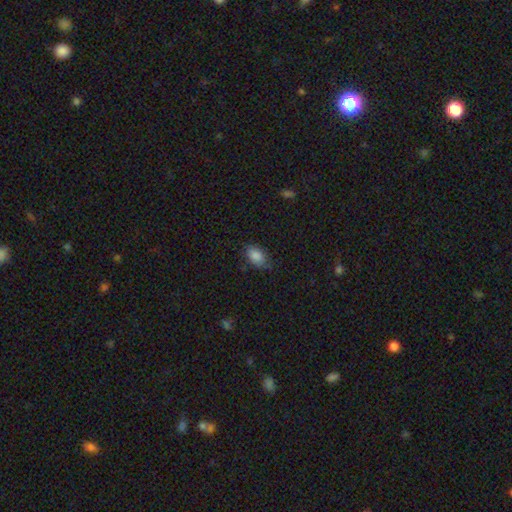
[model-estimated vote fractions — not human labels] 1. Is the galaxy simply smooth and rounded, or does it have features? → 86% smooth, 8% star or artifact, 7% featured or disk.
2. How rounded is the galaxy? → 90% in between, 8% round, 2% cigar-shaped.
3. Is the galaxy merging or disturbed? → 71% none, 23% minor disturbance, 5% major disturbance, 1% merger.